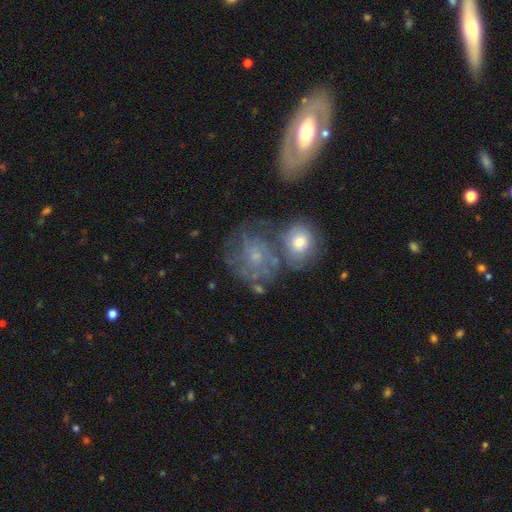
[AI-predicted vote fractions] Smooth or featured? Predicted: featured or disk (p=0.58). Edge-on disk? Predicted: no (p=0.96). Bar? Predicted: no (p=0.78). Spiral arms? Predicted: yes (p=0.70). Bulge size? Predicted: small (p=0.66). Merging? Predicted: none (p=0.42).